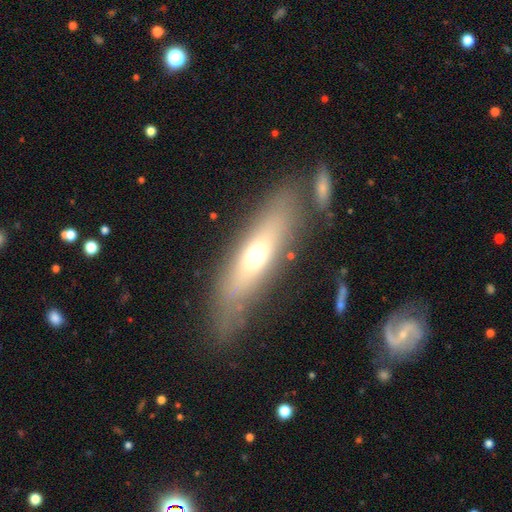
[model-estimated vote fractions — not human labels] A smooth galaxy with no disk features (54%) that is cigar-shaped (60%). Merging: none (76%).